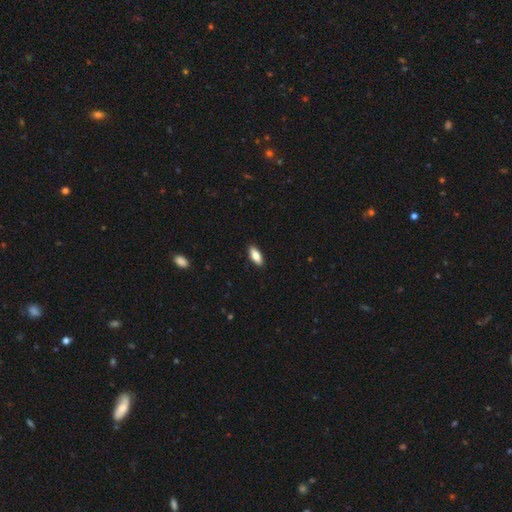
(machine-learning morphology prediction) This is likely a smooth galaxy (79%). How rounded: likely in between (74%). Merging: clearly none (90%).